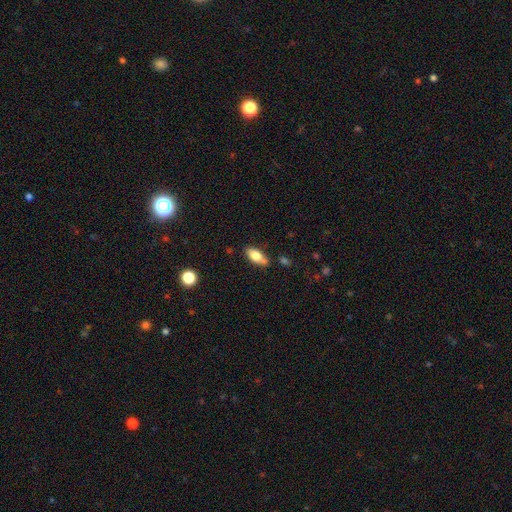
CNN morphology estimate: The model was most divided on "merging": none: 71%, minor disturbance: 19%, merger: 7%, major disturbance: 4%. More confident: how rounded — in between (84%); smooth or featured — smooth (76%).